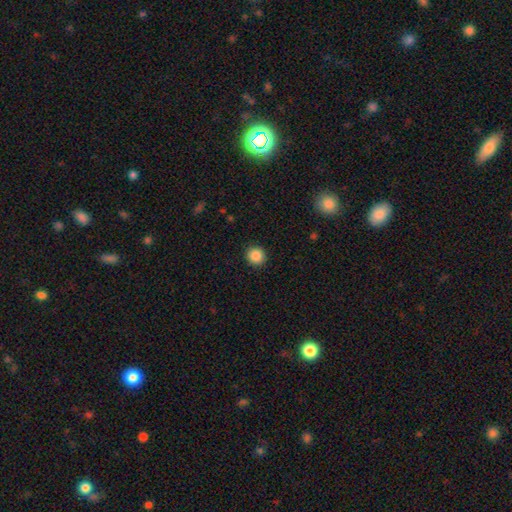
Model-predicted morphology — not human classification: type=smooth (87%); roundness=round (92%); merging=none (91%).